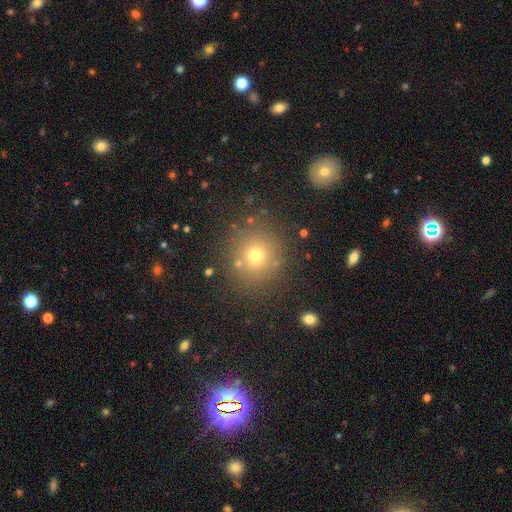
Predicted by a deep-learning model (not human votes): smooth-or-featured: smooth: 70% | star or artifact: 20% | featured or disk: 11%
  how-rounded: round: 90% | in between: 9% | cigar-shaped: 1%
  merging: none: 84% | minor disturbance: 8% | major disturbance: 4% | merger: 4%